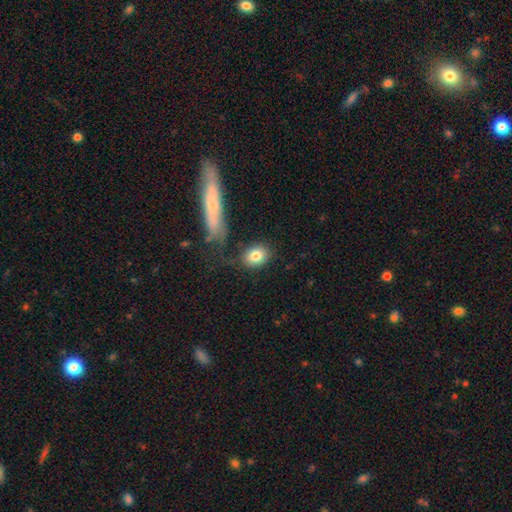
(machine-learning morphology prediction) This appears to be a smooth galaxy with no disk features (82%) that is in between round and cigar-shaped (55%). Merging: none (79%).